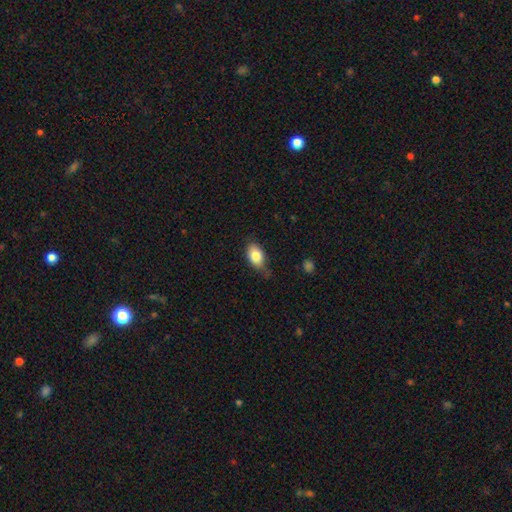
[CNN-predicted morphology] Smooth or featured?
  - smooth: 82% *
  - featured or disk: 11%
  - star or artifact: 7%
How rounded?
  - in between: 88% *
  - round: 9%
  - cigar-shaped: 2%
Merging?
  - none: 63% *
  - minor disturbance: 28%
  - major disturbance: 6%
  - merger: 2%